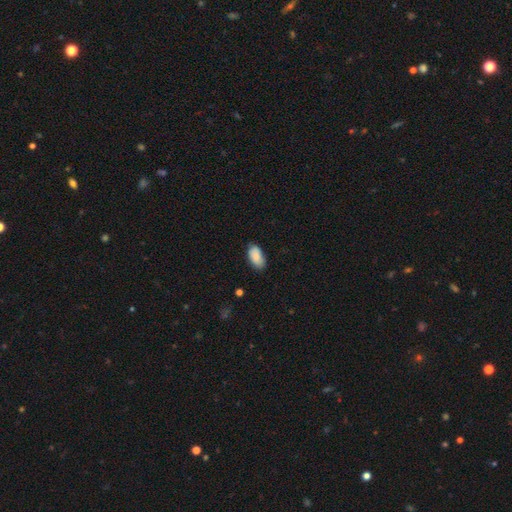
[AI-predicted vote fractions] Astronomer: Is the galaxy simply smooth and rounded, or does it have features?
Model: smooth — 86%.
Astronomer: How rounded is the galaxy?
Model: in between — 95%.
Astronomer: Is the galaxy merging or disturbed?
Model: none — 76%.